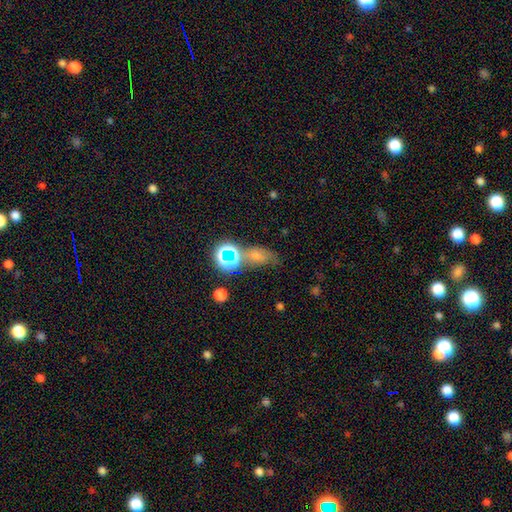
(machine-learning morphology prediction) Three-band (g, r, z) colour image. It shows a smooth galaxy with no disk features (53%) that is in between round and cigar-shaped (75%). Merging: none (45%).